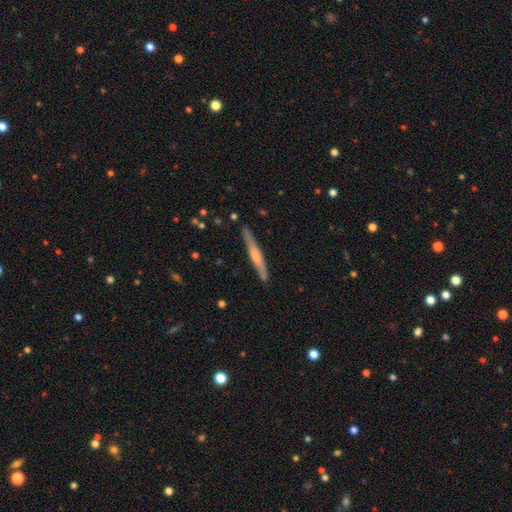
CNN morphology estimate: smooth_or_featured: featured or disk (p=0.60) [alt: smooth p=0.34]
disk_edge_on: yes (p=0.97) [alt: no p=0.03]
edge_on_bulge: rounded (p=0.59) [alt: none p=0.28]
merging: none (p=0.88) [alt: minor disturbance p=0.09]